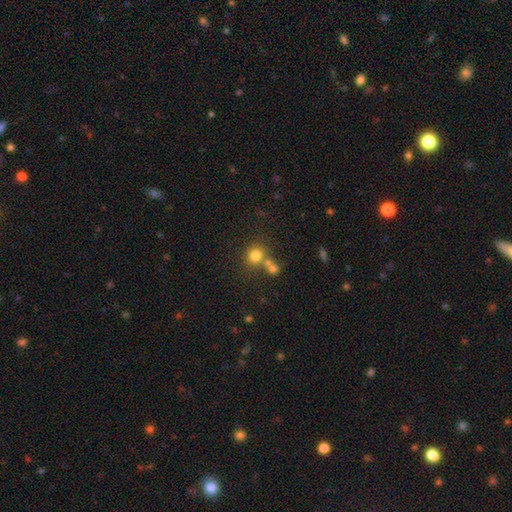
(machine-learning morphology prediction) Smooth or featured? Predicted: smooth (p=0.77). How rounded? Predicted: round (p=0.83). Merging? Predicted: none (p=0.57).